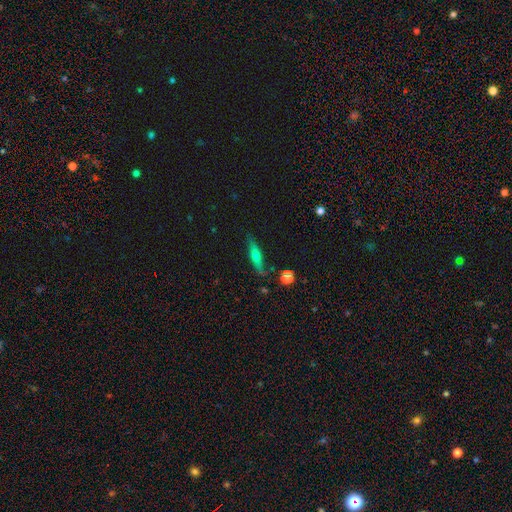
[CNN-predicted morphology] smooth-or-featured: smooth: 48% | featured or disk: 44% | star or artifact: 9%
  merging: none: 77% | minor disturbance: 16% | major disturbance: 4% | merger: 3%